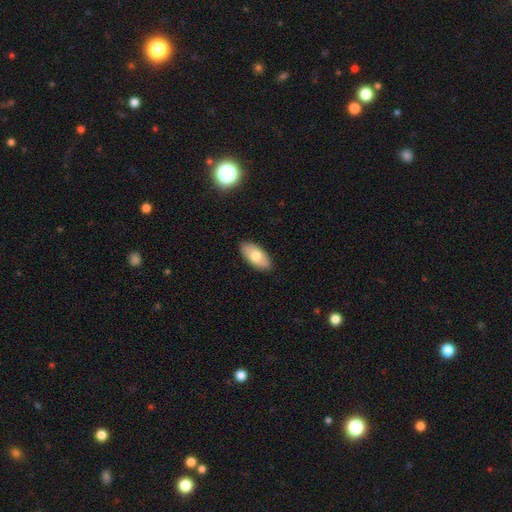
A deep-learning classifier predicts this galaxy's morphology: The model was most divided on "smooth or featured": smooth: 75%, featured or disk: 19%, star or artifact: 6%. More confident: how rounded — in between (93%); merging — none (88%).